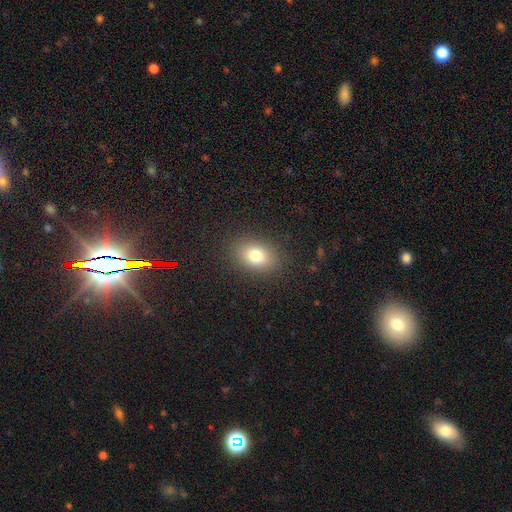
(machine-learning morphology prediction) A smooth galaxy with no disk features (79%) that is in between round and cigar-shaped (74%).

Vote fractions:
- Smooth or featured? smooth: 79% / star or artifact: 11% / featured or disk: 10%
- How rounded? in between: 74% / round: 24% / cigar-shaped: 1%
- Merging? none: 86% / minor disturbance: 9% / major disturbance: 4% / merger: 1%